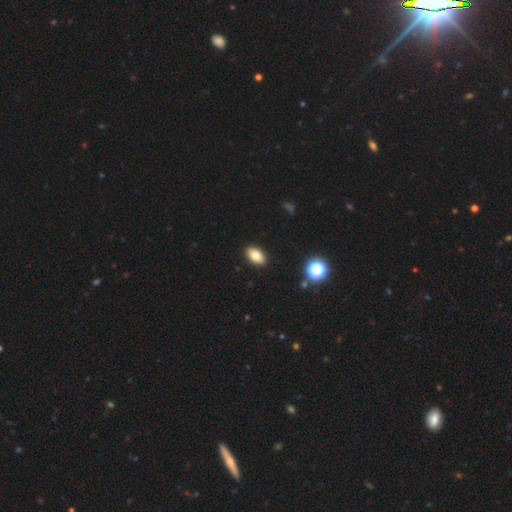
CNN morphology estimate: Q: Smooth or featured?
A: smooth (80%); runner-up: featured or disk (11%)
Q: How rounded?
A: in between (91%); runner-up: round (6%)
Q: Merging?
A: none (91%); runner-up: minor disturbance (7%)